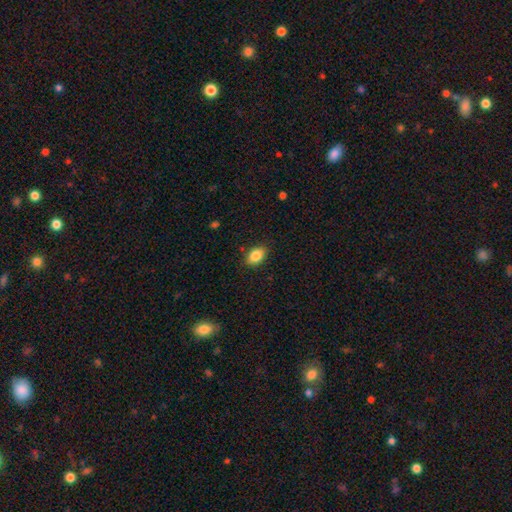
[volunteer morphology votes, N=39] Overall: smooth (92%). How rounded: in between (92%). Merging: none (92%).